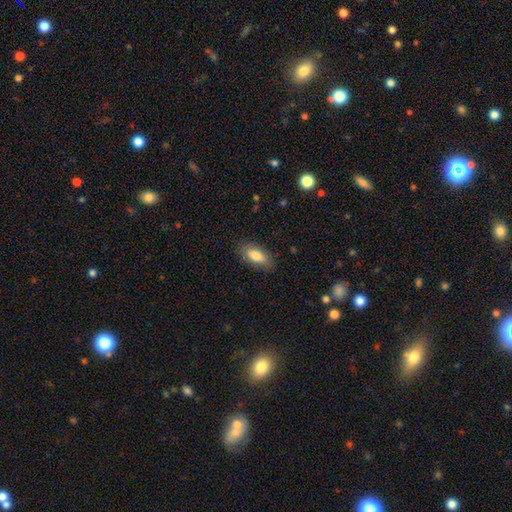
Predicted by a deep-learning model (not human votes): Smooth or featured?
  - smooth: 80% *
  - featured or disk: 13%
  - star or artifact: 7%
How rounded?
  - in between: 86% *
  - cigar-shaped: 11%
  - round: 3%
Merging?
  - none: 84% *
  - minor disturbance: 12%
  - major disturbance: 3%
  - merger: 1%